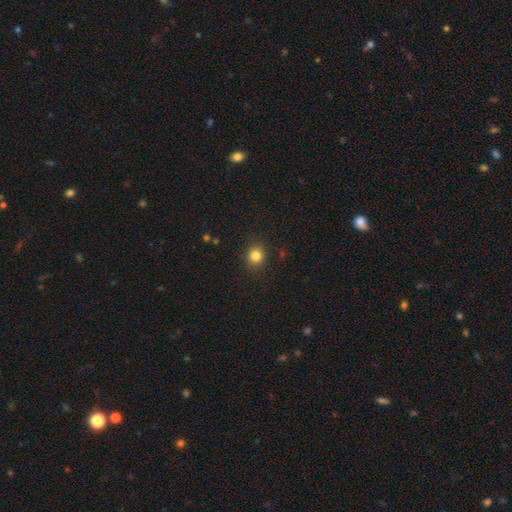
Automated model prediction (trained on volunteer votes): Overall: smooth (83%). How rounded: round (85%). Merging: none (89%).